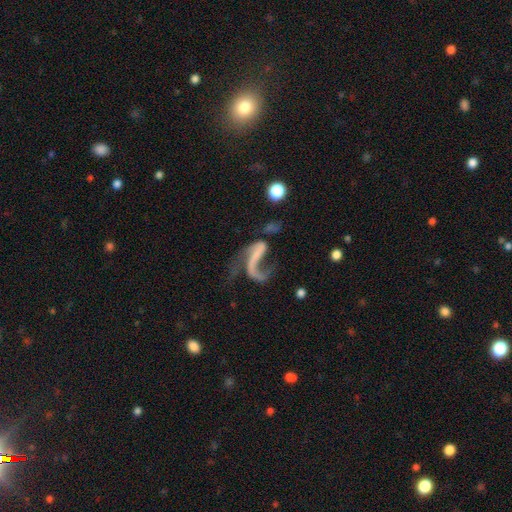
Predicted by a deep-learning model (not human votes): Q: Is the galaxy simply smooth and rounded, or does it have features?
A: featured or disk — 71%.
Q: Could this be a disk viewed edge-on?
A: no — 95%.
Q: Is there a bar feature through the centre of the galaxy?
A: no — 48%.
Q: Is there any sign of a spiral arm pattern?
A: yes — 73%.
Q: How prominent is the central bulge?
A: none — 69%.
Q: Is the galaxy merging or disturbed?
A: major disturbance — 48%.